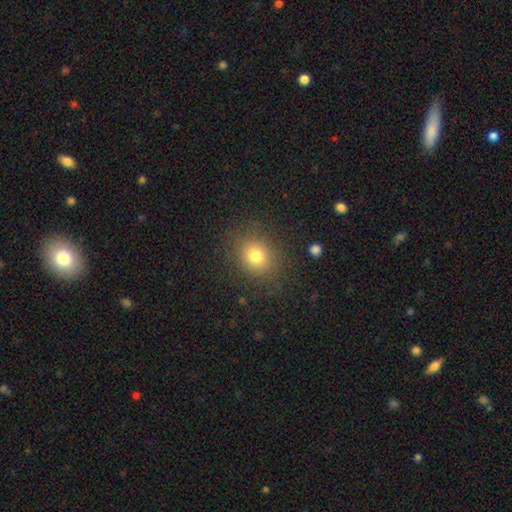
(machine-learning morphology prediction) Overall: smooth (77%). How rounded: round (73%). Merging: none (85%).